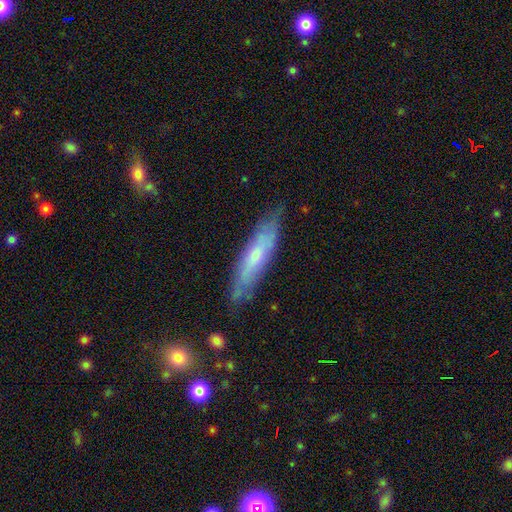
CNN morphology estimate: Smooth or featured?
  - featured or disk: 53% *
  - smooth: 40%
  - star or artifact: 6%
Edge-on disk?
  - yes: 54% *
  - no: 46%
Merging?
  - none: 76% *
  - minor disturbance: 18%
  - major disturbance: 4%
  - merger: 2%